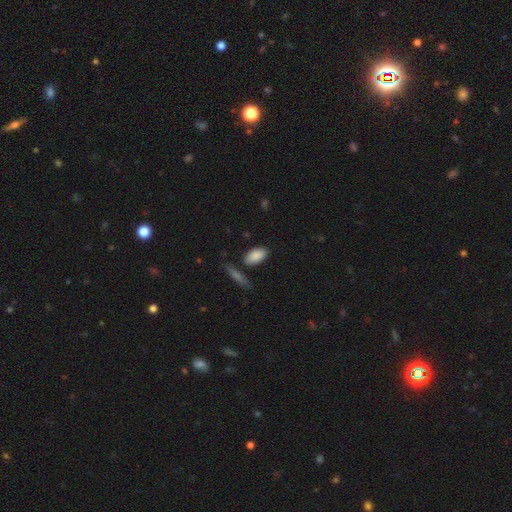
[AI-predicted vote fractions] A smooth galaxy with no disk features (88%) that is in between round and cigar-shaped (92%). Merging: none (77%).